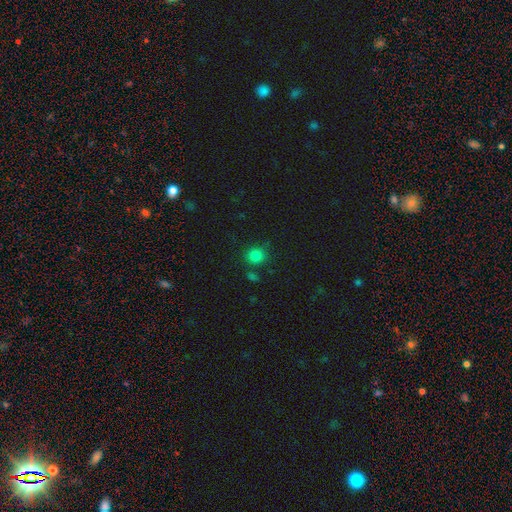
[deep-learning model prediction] Smooth or featured? Predicted: smooth (p=0.82). How rounded? Predicted: round (p=0.87). Merging? Predicted: none (p=0.79).